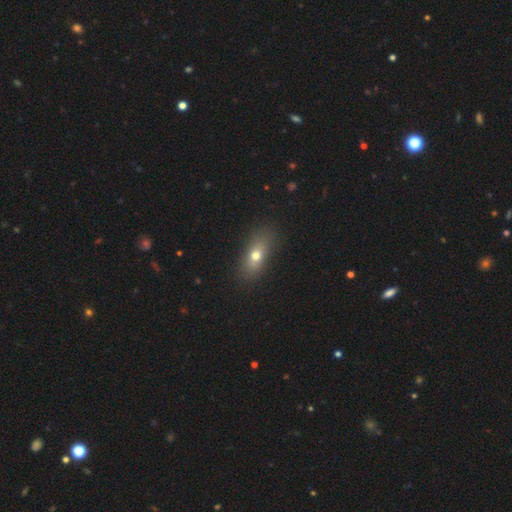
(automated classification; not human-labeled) A smooth galaxy with no disk features (69%) that is in between round and cigar-shaped (72%). Merging: none (80%).